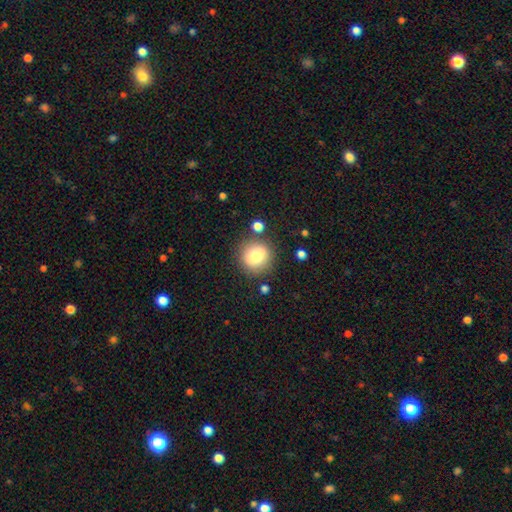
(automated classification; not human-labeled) Morphology: type=smooth (76%); roundness=round (89%); merging=none (82%).